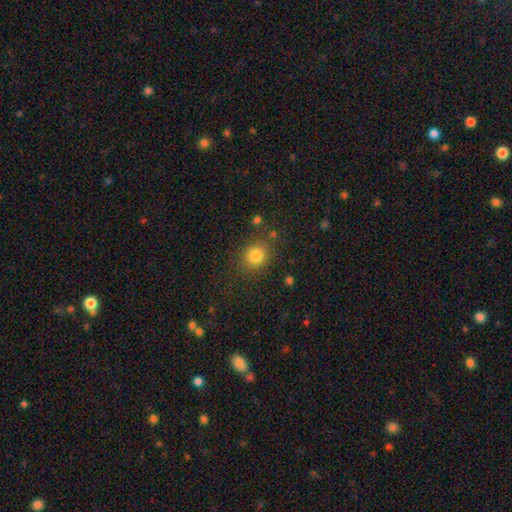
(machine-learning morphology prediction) A smooth galaxy with no disk features (83%) that is round (80%). Merging: none (82%).